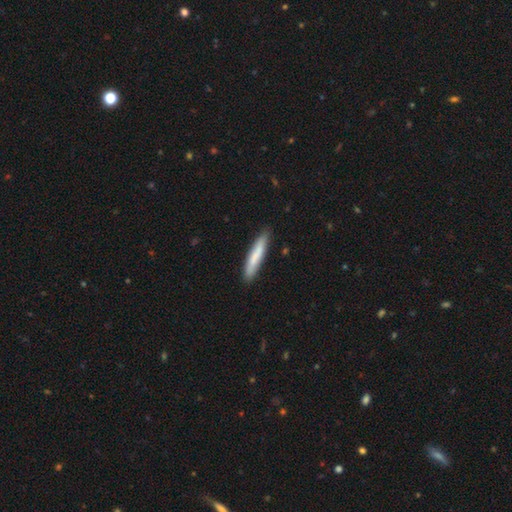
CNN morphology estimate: A smooth galaxy with no disk features (76%) that is cigar-shaped (92%). Merging: none (87%).